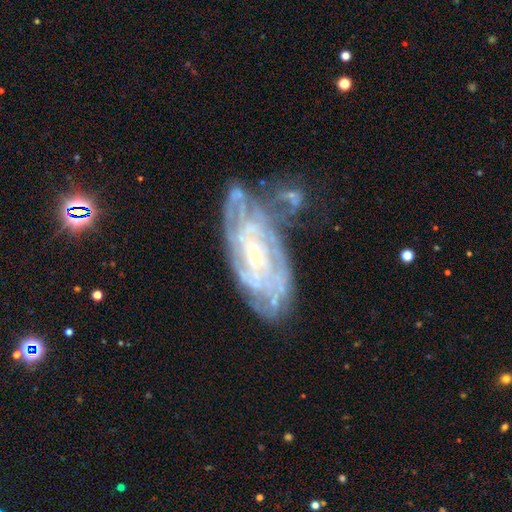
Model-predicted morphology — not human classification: Overall: featured or disk (84%). Edge-on disk: no (93%). Bar: no (60%; weak 31%). Spiral arms: yes (93%). Spiral arm count: can't tell (47%; 4 15%). Spiral winding: tight (74%). Bulge size: small (73%). Merging: none (58%; minor disturbance 23%).